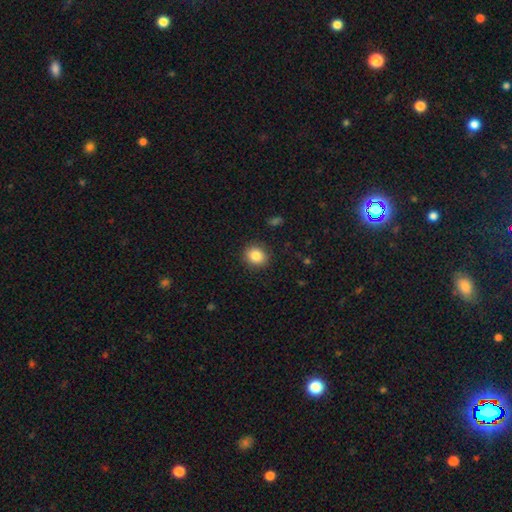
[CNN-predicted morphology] A smooth galaxy with no disk features (84%) that is round (77%).

Vote fractions:
- Smooth or featured? smooth: 84% / star or artifact: 10% / featured or disk: 6%
- How rounded? round: 77% / in between: 22% / cigar-shaped: 1%
- Merging? none: 90% / minor disturbance: 7% / major disturbance: 2% / merger: 1%